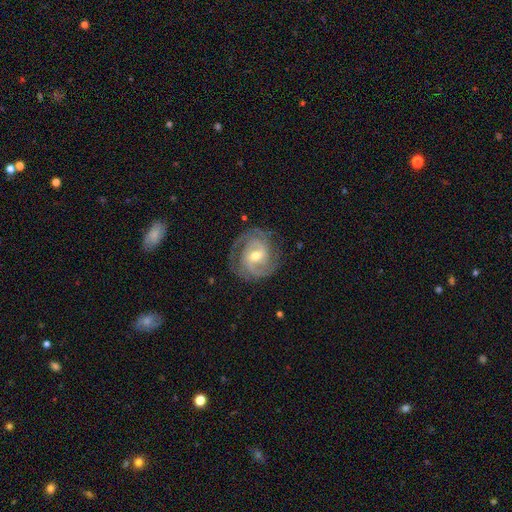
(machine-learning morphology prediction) Overall: featured or disk (89%). Edge-on disk: no (98%). Bar: weak (50%; no 28%). Spiral arms: yes (97%). Spiral arm count: 2 (64%). Spiral winding: tight (53%; medium 39%). Bulge size: moderate (62%; small 34%). Merging: none (78%).